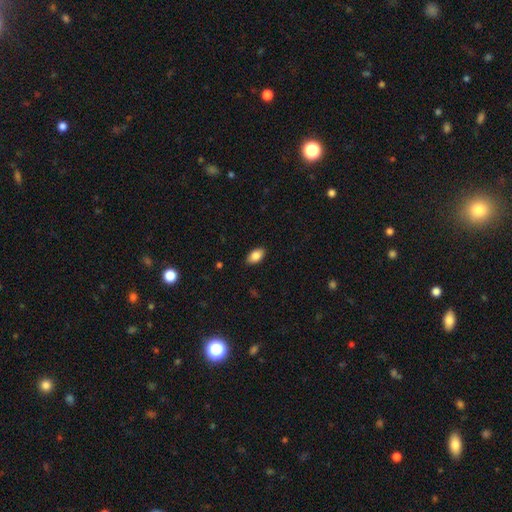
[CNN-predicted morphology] Smooth or featured: smooth — 86% (star or artifact — 7%)
How rounded: in between — 93% (round — 5%)
Merging: none — 88% (minor disturbance — 9%)